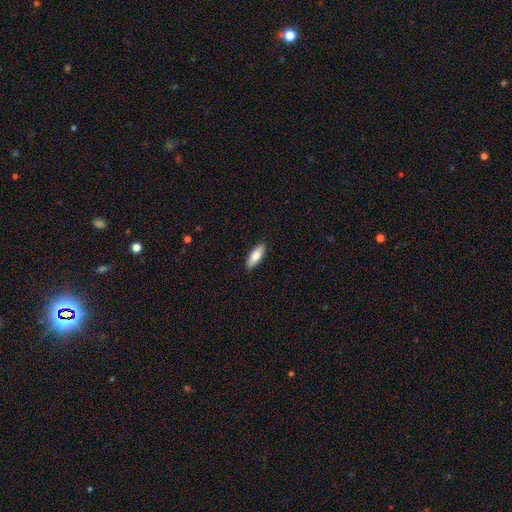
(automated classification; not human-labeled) Smooth or featured?
  - smooth: 79% *
  - featured or disk: 16%
  - star or artifact: 6%
How rounded?
  - in between: 68% *
  - cigar-shaped: 30%
  - round: 2%
Merging?
  - none: 90% *
  - minor disturbance: 8%
  - major disturbance: 2%
  - merger: 1%